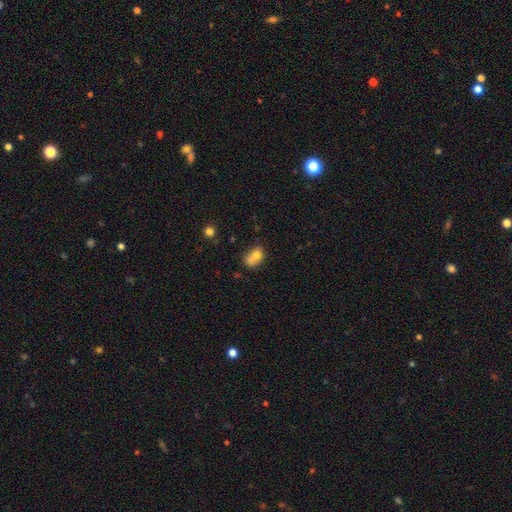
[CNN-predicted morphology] This is likely a smooth galaxy (71%). How rounded: possibly in between (54%). Merging: possibly merger (53%).